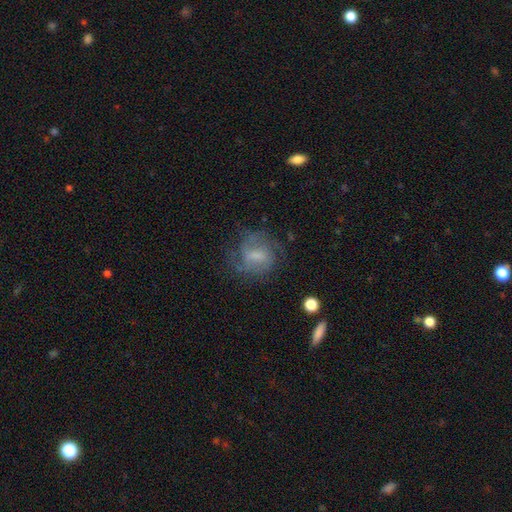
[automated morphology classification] A featured or disk galaxy (60%) with a weak bar (50%), spiral arms (78%) and a moderate central bulge (33%). Merging: none (58%).